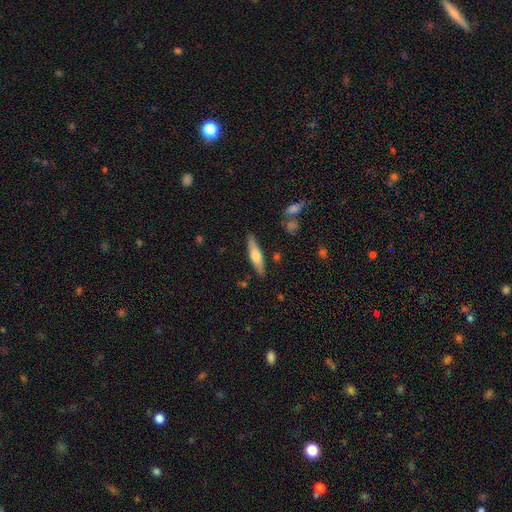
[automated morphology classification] Overall: smooth (51%; featured or disk 43%). How rounded: cigar-shaped (73%). Merging: none (85%).